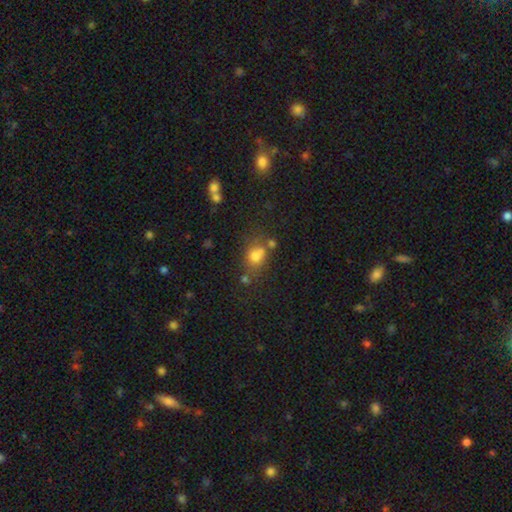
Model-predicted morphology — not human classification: The model was most divided on "how rounded": round: 56%, in between: 42%, cigar-shaped: 1%. Remaining: smooth or featured — smooth (73%); merging — none (49%).